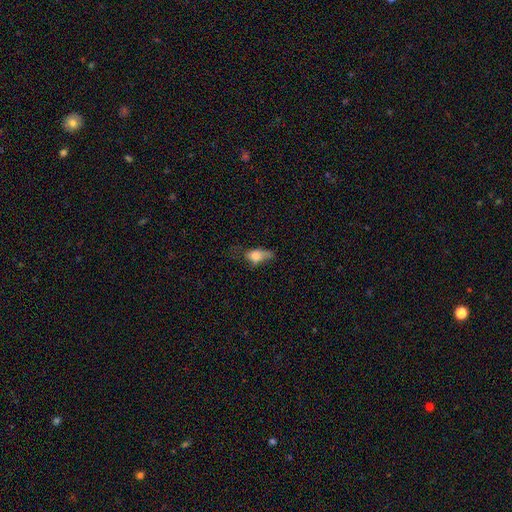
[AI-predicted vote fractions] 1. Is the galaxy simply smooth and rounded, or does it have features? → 71% smooth, 21% featured or disk, 9% star or artifact.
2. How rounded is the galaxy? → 79% in between, 11% cigar-shaped, 10% round.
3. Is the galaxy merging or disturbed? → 34% minor disturbance, 33% major disturbance, 30% none, 4% merger.